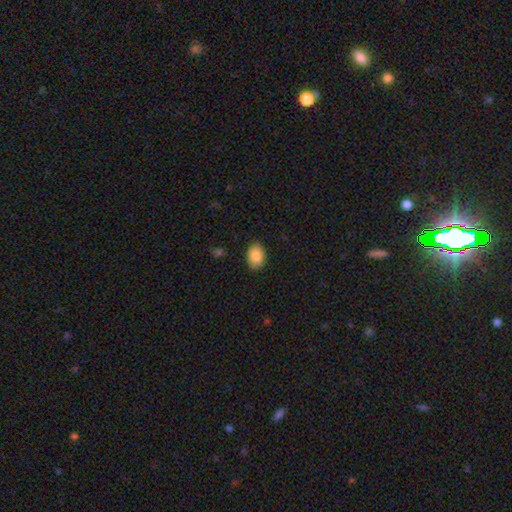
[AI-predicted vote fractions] A smooth galaxy with no disk features (87%) that is in between round and cigar-shaped (80%). Merging: none (87%).